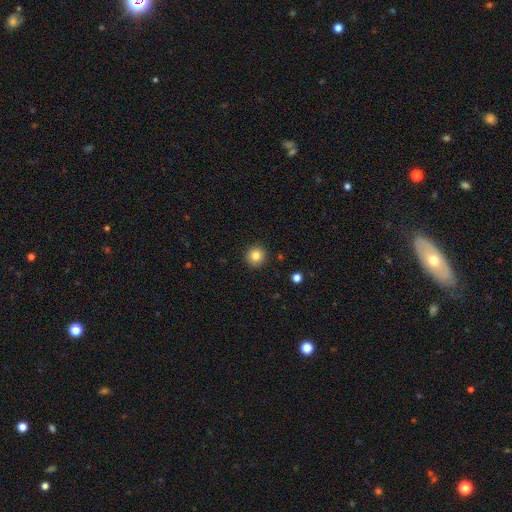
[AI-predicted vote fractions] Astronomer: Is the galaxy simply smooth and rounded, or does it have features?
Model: smooth — 82%.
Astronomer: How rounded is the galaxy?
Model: round — 95%.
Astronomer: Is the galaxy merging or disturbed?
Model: none — 92%.